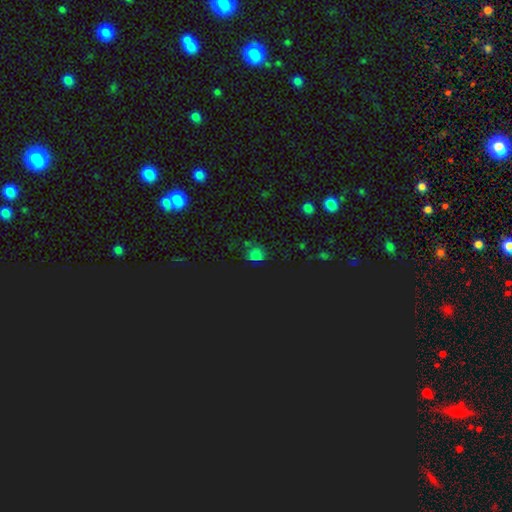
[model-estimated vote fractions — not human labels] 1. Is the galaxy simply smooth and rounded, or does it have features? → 48% smooth, 44% star or artifact, 8% featured or disk.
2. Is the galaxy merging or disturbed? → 68% none, 19% minor disturbance, 8% major disturbance, 5% merger.